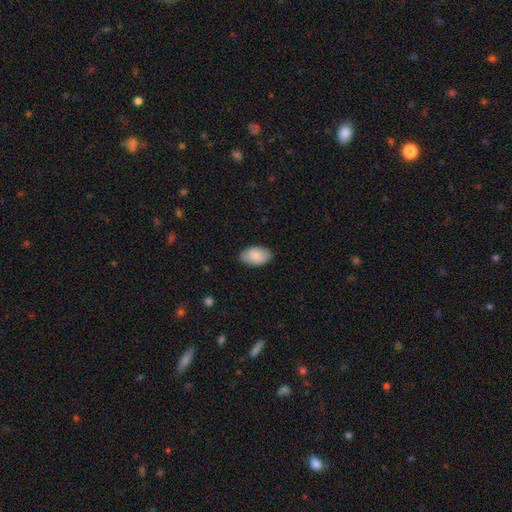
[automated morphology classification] smooth 86%, featured or disk 8%, star or artifact 6%. Down the decision tree: how rounded — in between (94%); merging — none (82%).